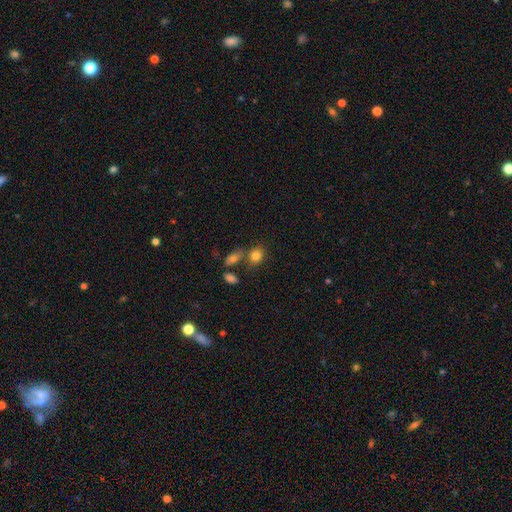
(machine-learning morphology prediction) A smooth galaxy with no disk features (82%) that is round (52%). Merging: none (61%).